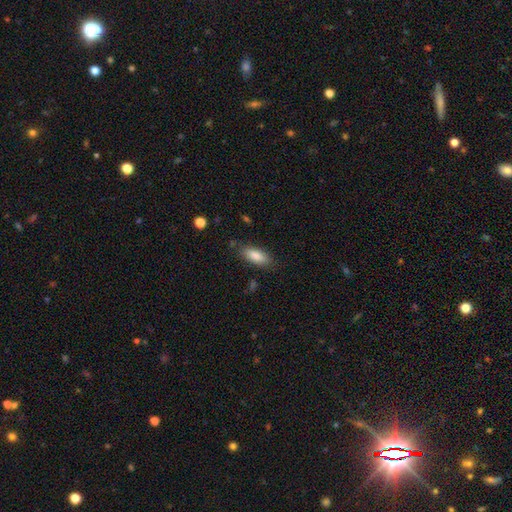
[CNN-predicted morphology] Q: Smooth or featured?
A: smooth (85%); runner-up: featured or disk (8%)
Q: How rounded?
A: in between (80%); runner-up: cigar-shaped (18%)
Q: Merging?
A: none (80%); runner-up: minor disturbance (14%)